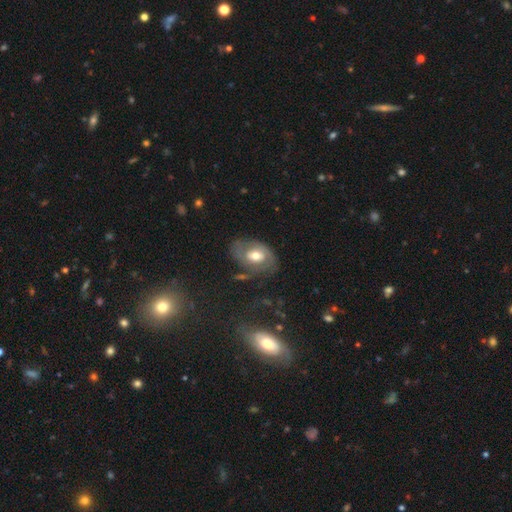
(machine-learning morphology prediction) Q: Smooth or featured?
A: featured or disk (63%); runner-up: smooth (28%)
Q: Edge-on disk?
A: no (95%); runner-up: yes (5%)
Q: Bar?
A: no (59%); runner-up: weak (33%)
Q: Spiral arms?
A: yes (74%); runner-up: no (26%)
Q: Bulge size?
A: moderate (74%); runner-up: large (12%)
Q: Merging?
A: none (54%); runner-up: minor disturbance (26%)